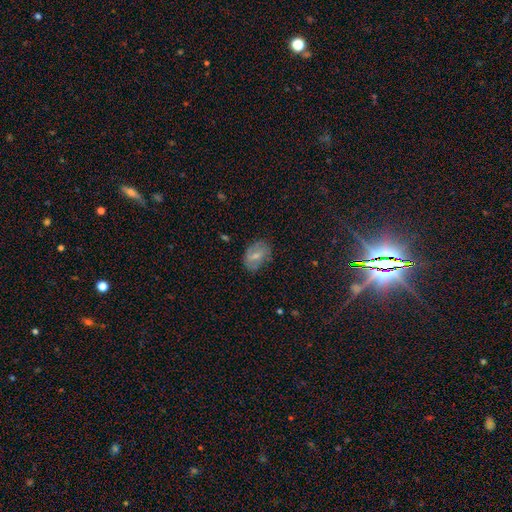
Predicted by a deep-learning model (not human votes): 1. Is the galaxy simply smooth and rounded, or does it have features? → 61% smooth, 31% featured or disk, 8% star or artifact.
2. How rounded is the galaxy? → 81% in between, 17% round, 1% cigar-shaped.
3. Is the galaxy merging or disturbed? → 72% none, 21% minor disturbance, 6% major disturbance, 1% merger.